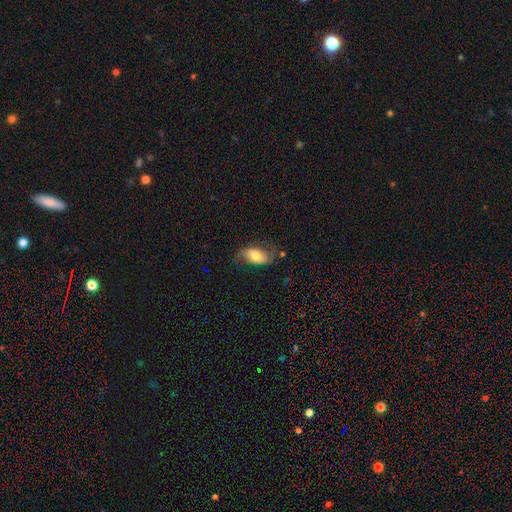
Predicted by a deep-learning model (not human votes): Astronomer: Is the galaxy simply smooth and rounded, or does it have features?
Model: smooth — 52% (runner-up: featured or disk, 40%).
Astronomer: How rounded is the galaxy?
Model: in between — 91%.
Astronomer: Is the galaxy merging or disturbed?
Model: none — 58%.